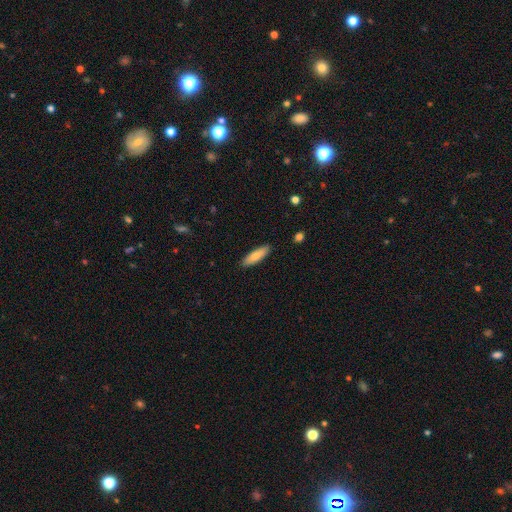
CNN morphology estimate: The model was most divided on "how rounded": cigar-shaped: 60%, in between: 38%, round: 2%. More confident: merging — none (90%); smooth or featured — smooth (77%).